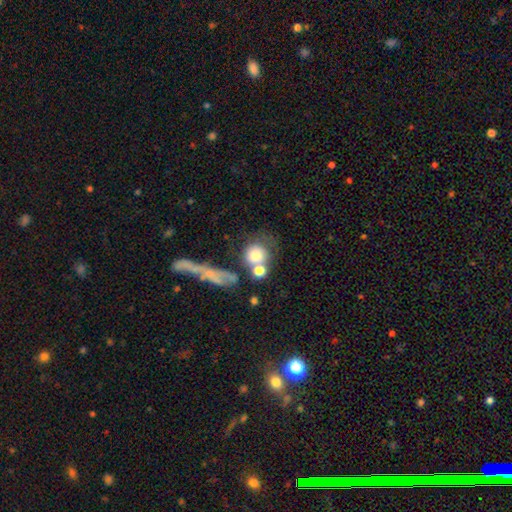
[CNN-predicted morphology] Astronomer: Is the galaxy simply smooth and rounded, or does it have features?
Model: smooth — 70%.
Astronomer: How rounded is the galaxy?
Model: round — 81%.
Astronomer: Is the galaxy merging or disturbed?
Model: none — 42% (runner-up: merger, 34%).